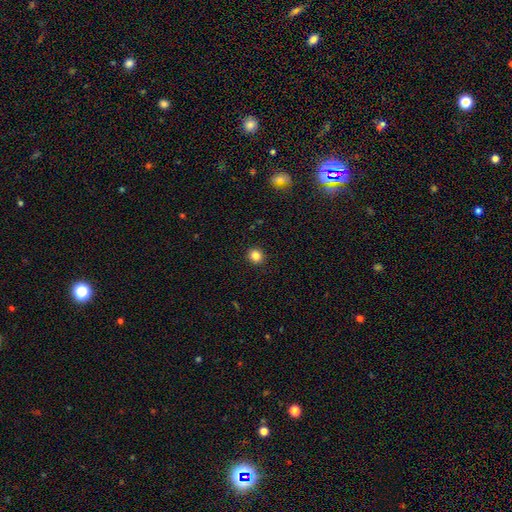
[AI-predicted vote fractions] A smooth galaxy with no disk features (84%) that is round (86%).

Vote fractions:
- Smooth or featured? smooth: 84% / star or artifact: 12% / featured or disk: 5%
- How rounded? round: 86% / in between: 13% / cigar-shaped: 1%
- Merging? none: 92% / minor disturbance: 5% / major disturbance: 2% / merger: 1%